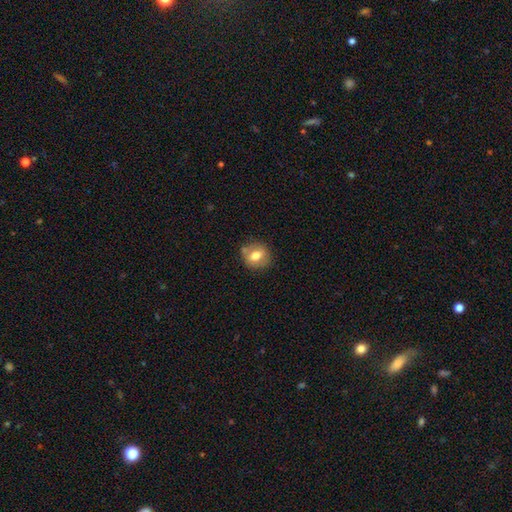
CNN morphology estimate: A smooth galaxy with no disk features (68%) that is round (67%). Merging: none (73%).